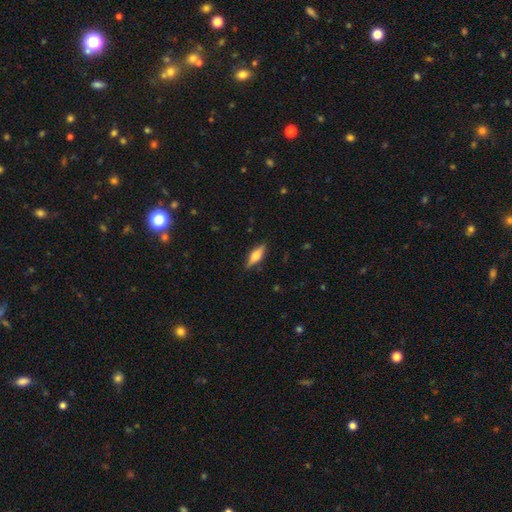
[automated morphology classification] smooth-or-featured: smooth: 53% | featured or disk: 40% | star or artifact: 7%
  how-rounded: in between: 50% | cigar-shaped: 47% | round: 3%
  merging: none: 86% | minor disturbance: 11% | major disturbance: 2% | merger: 1%